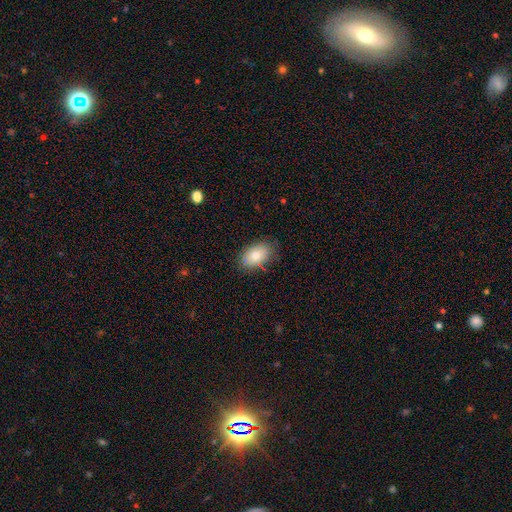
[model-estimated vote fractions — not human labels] A smooth galaxy with no disk features (78%) that is in between round and cigar-shaped (89%).

Vote fractions:
- Smooth or featured? smooth: 78% / featured or disk: 14% / star or artifact: 8%
- How rounded? in between: 89% / round: 9% / cigar-shaped: 1%
- Merging? none: 81% / minor disturbance: 15% / major disturbance: 3% / merger: 1%